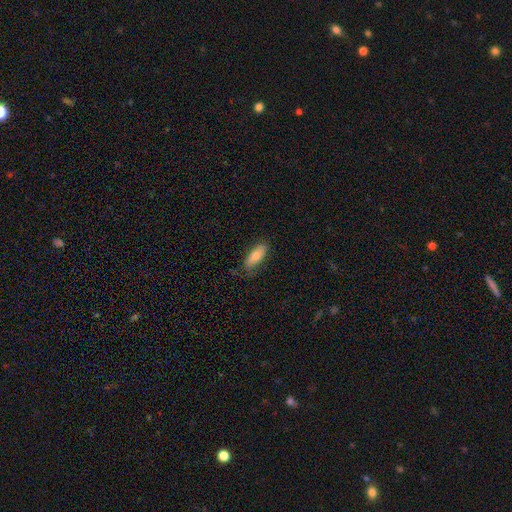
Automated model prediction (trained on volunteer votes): smooth 71%, featured or disk 22%, star or artifact 7%. Down the decision tree: how rounded — in between (72%); merging — none (71%).